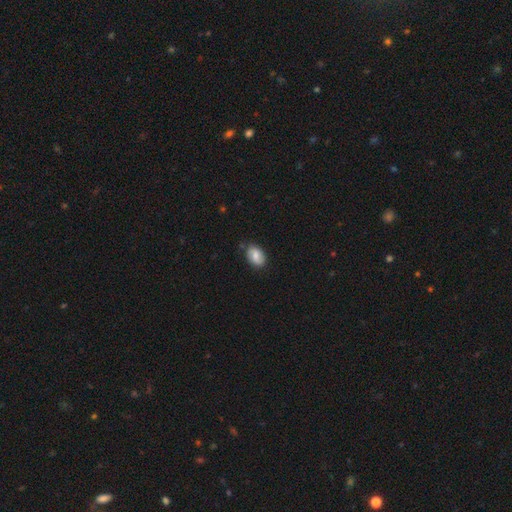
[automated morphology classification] The model was most divided on "smooth or featured": smooth: 67%, featured or disk: 25%, star or artifact: 7%. More confident: how rounded — in between (83%); merging — none (76%).